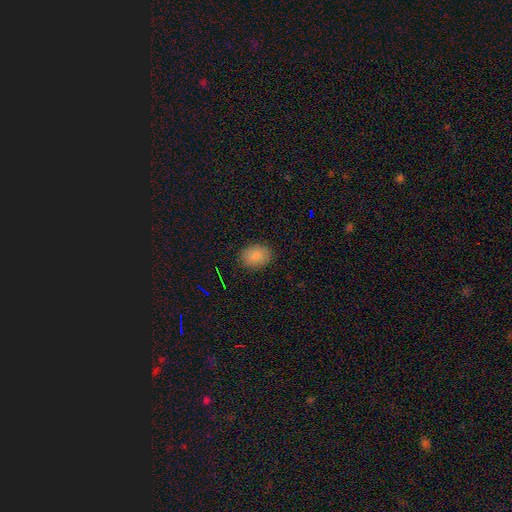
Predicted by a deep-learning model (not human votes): This is clearly a smooth galaxy (86%). How rounded: likely in between (70%). Merging: clearly none (88%).